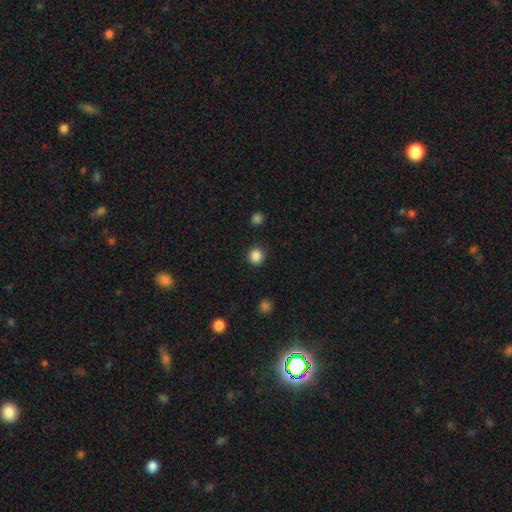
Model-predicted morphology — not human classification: smooth_or_featured: smooth (p=0.86) [alt: star or artifact p=0.11]
how_rounded: round (p=0.94) [alt: in between p=0.06]
merging: none (p=0.90) [alt: minor disturbance p=0.06]